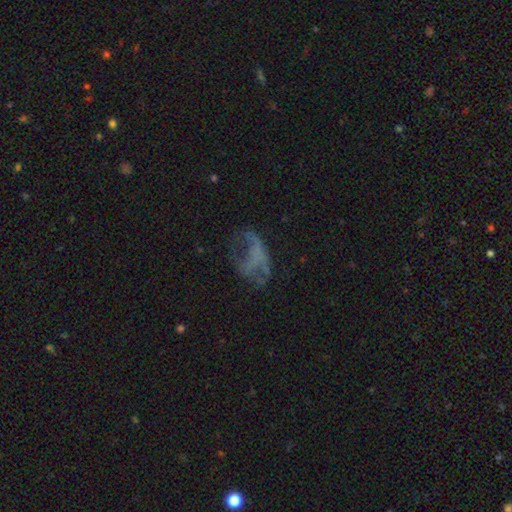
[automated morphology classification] Smooth or featured: featured or disk — 50% (smooth — 30%)
Merging: major disturbance — 47% (none — 32%)